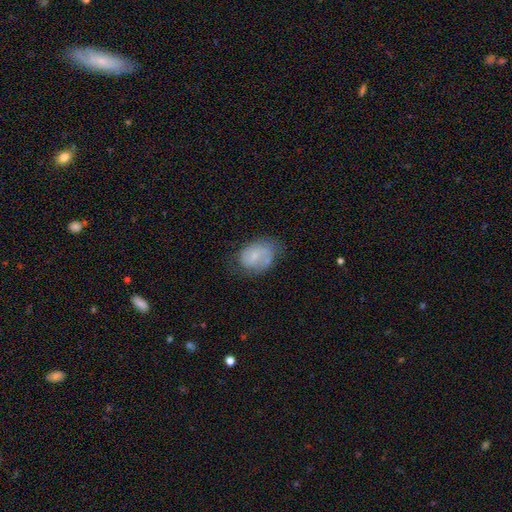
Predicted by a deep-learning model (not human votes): This is possibly a smooth galaxy (51%). How rounded: likely in between (75%). Merging: possibly none (53%).